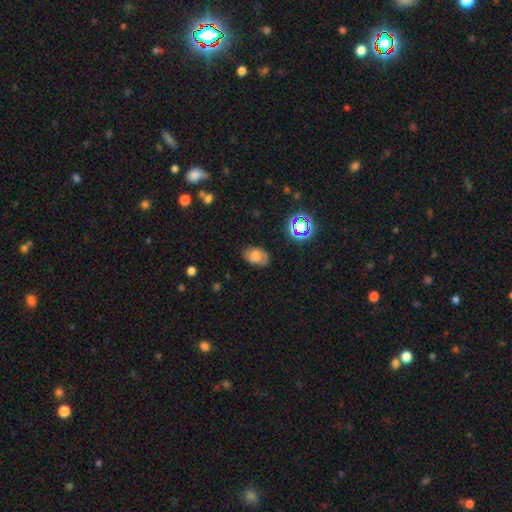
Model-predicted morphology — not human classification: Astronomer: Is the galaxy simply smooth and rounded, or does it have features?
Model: smooth — 58%.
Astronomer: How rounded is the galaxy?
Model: in between — 82%.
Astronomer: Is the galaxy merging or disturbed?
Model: none — 76%.